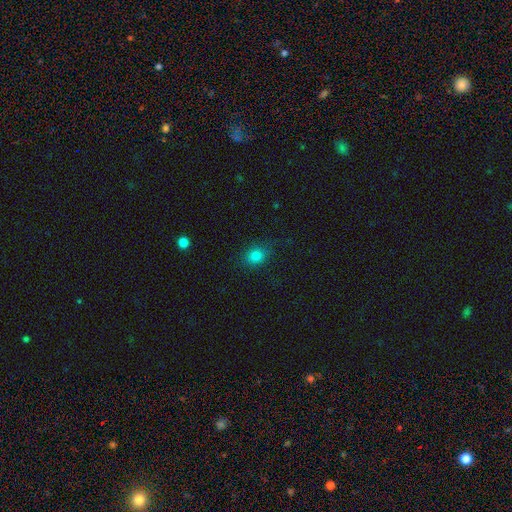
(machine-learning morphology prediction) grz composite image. It shows a smooth galaxy with no disk features (79%) that is round (61%). Merging: none (82%).